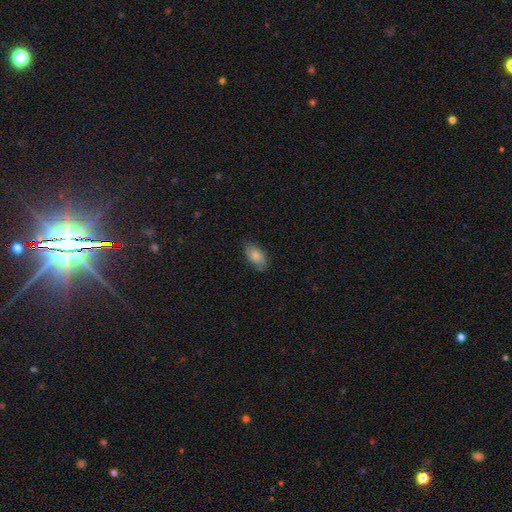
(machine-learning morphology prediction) smooth-or-featured: smooth: 71% | featured or disk: 22% | star or artifact: 8%
  how-rounded: in between: 92% | round: 5% | cigar-shaped: 3%
  merging: none: 74% | minor disturbance: 20% | major disturbance: 4% | merger: 1%